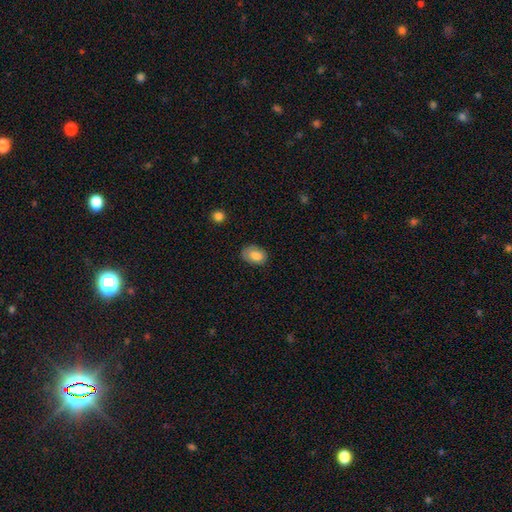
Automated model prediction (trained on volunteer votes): A smooth galaxy with no disk features (82%) that is in between round and cigar-shaped (78%). Merging: none (70%).